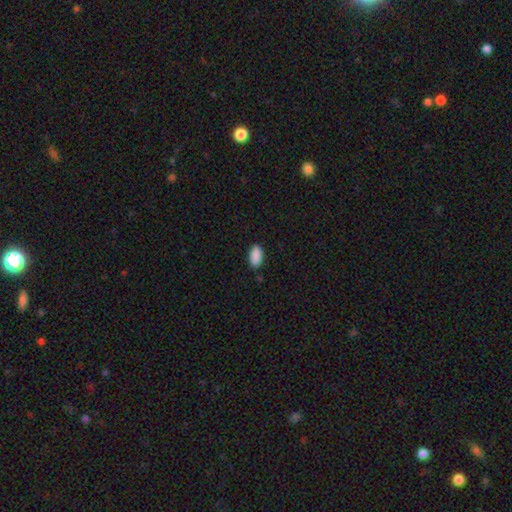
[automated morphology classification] Smooth or featured?
  - smooth: 90% *
  - star or artifact: 7%
  - featured or disk: 3%
How rounded?
  - in between: 92% *
  - cigar-shaped: 6%
  - round: 3%
Merging?
  - none: 86% *
  - minor disturbance: 11%
  - major disturbance: 2%
  - merger: 2%